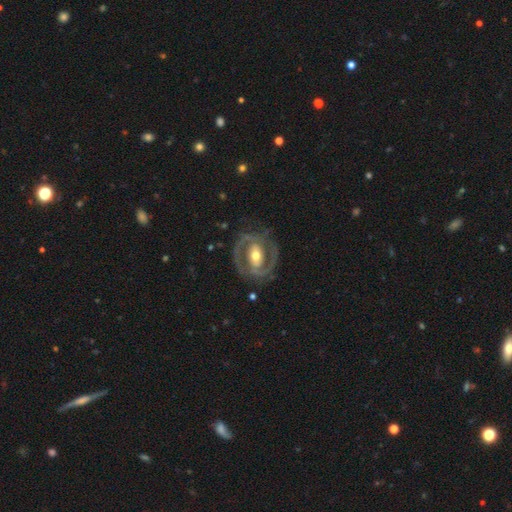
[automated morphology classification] smooth_or_featured: featured or disk (p=0.86) [alt: smooth p=0.10]
disk_edge_on: no (p=0.97) [alt: yes p=0.03]
bar: strong (p=0.37) [alt: weak p=0.34]
has_spiral_arms: yes (p=0.85) [alt: no p=0.15]
spiral_winding: medium (p=0.46) [alt: tight p=0.41]
spiral_arm_count: 2 (p=0.87) [alt: can't tell p=0.05]
bulge_size: moderate (p=0.71) [alt: small p=0.15]
merging: none (p=0.78) [alt: minor disturbance p=0.13]